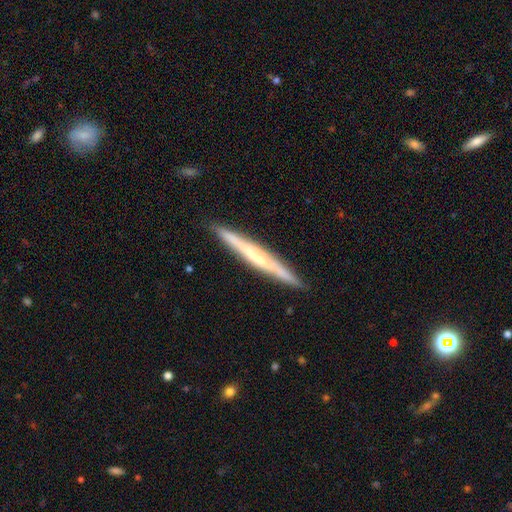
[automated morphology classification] smooth-or-featured: featured or disk: 61% | smooth: 33% | star or artifact: 6%
  disk-edge-on: yes: 96% | no: 4%
    edge-on-bulge: none: 54% | rounded: 34% | boxy: 12%
  merging: none: 90% | minor disturbance: 8% | major disturbance: 1% | merger: 1%